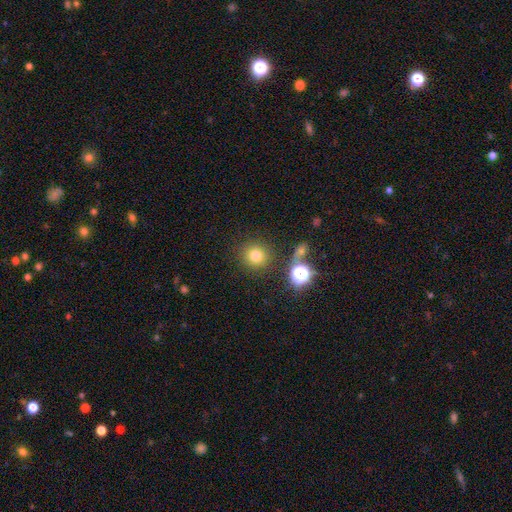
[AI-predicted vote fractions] Q: Smooth or featured?
A: smooth (76%); runner-up: star or artifact (17%)
Q: How rounded?
A: round (92%); runner-up: in between (7%)
Q: Merging?
A: none (84%); runner-up: minor disturbance (8%)